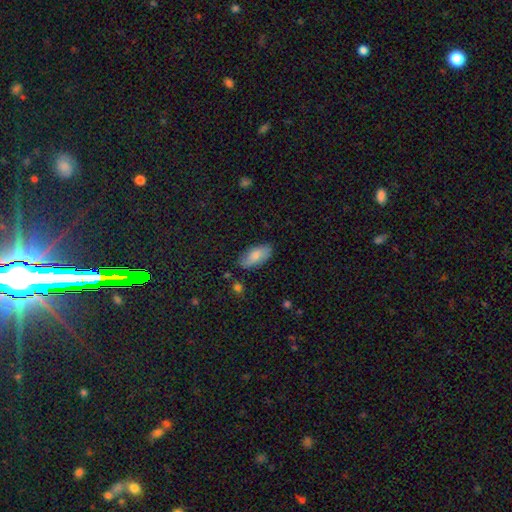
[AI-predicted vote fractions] Smooth or featured? smooth (75%)
How rounded? in between (90%)
Merging? none (79%)